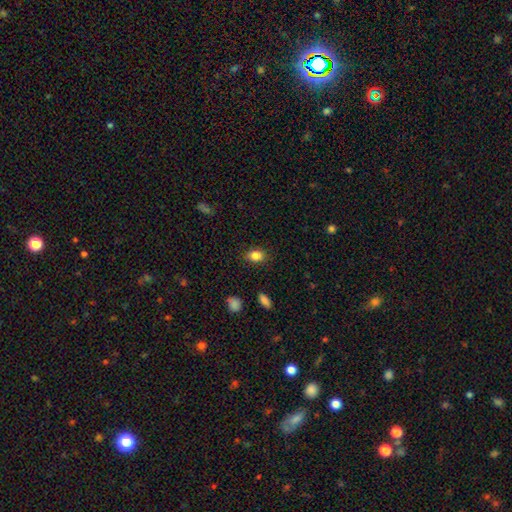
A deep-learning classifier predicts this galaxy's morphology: smooth 84%, star or artifact 10%, featured or disk 6%. Down the decision tree: how rounded — in between (70%); merging — none (86%).